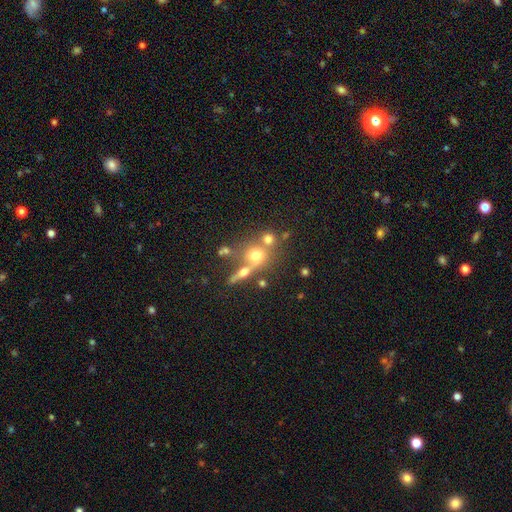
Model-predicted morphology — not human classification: Smooth or featured? smooth (61%)
How rounded? round (80%)
Merging? none (48%)